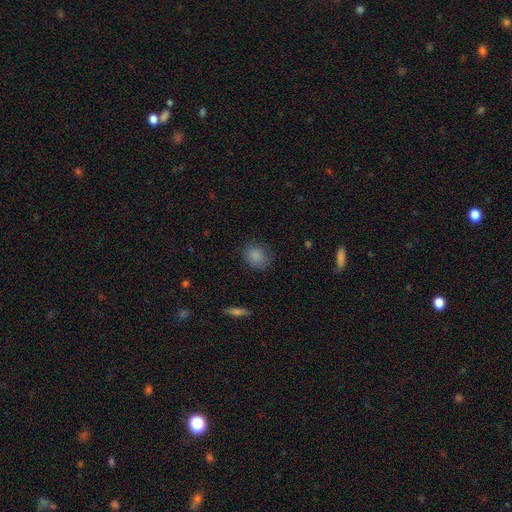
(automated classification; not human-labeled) This appears to be a smooth galaxy with no disk features (86%) that is round (53%). Merging: none (81%).